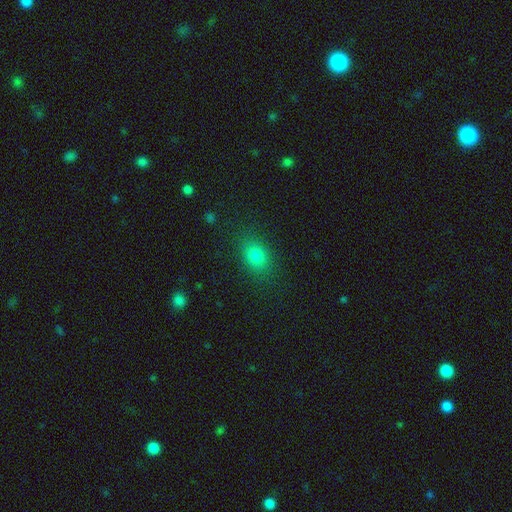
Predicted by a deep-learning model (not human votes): Smooth or featured: smooth — 79% (star or artifact — 13%)
How rounded: in between — 64% (round — 34%)
Merging: none — 84% (minor disturbance — 11%)